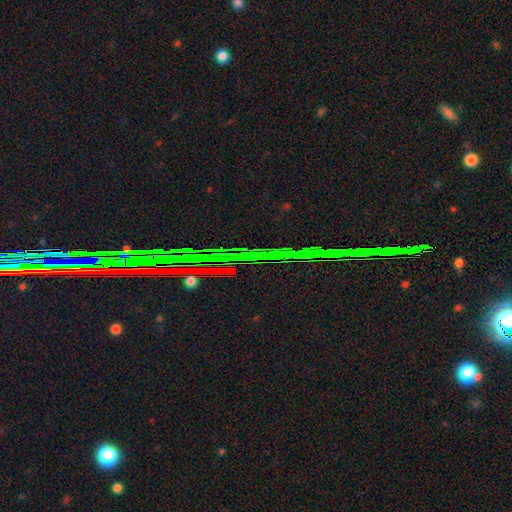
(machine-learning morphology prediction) Overall: star or artifact (86%).